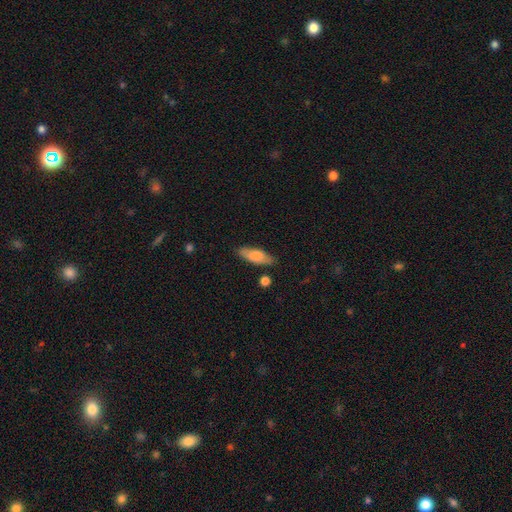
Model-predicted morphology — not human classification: A smooth galaxy with no disk features (72%) that is in between round and cigar-shaped (62%).

Vote fractions:
- Smooth or featured? smooth: 72% / featured or disk: 22% / star or artifact: 6%
- How rounded? in between: 62% / cigar-shaped: 36% / round: 2%
- Merging? none: 81% / minor disturbance: 13% / major disturbance: 3% / merger: 3%